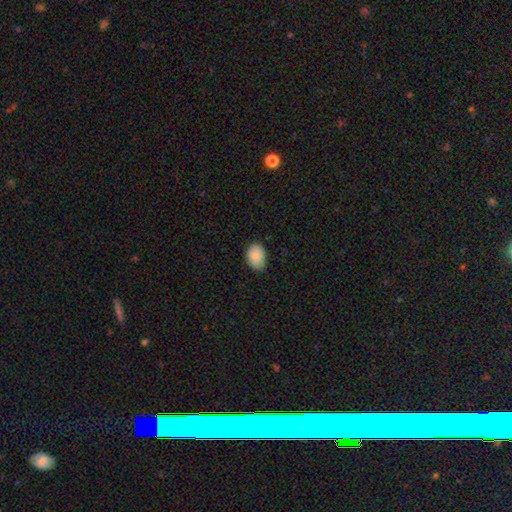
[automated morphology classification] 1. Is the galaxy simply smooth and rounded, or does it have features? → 88% smooth, 7% star or artifact, 4% featured or disk.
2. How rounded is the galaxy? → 82% in between, 17% round, 1% cigar-shaped.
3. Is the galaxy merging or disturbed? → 72% none, 24% minor disturbance, 3% major disturbance, 1% merger.